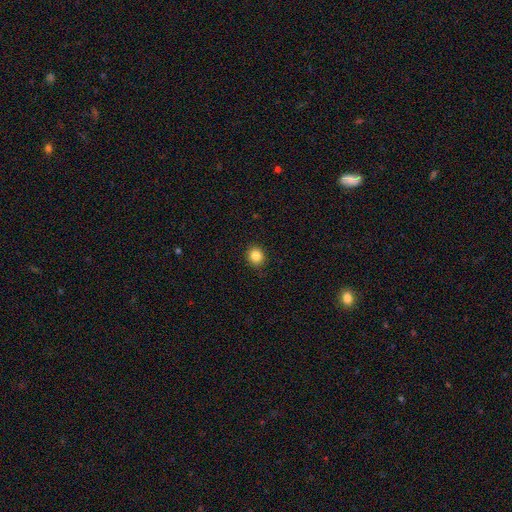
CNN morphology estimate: smooth_or_featured: smooth (p=0.85) [alt: star or artifact p=0.10]
how_rounded: round (p=0.82) [alt: in between p=0.17]
merging: none (p=0.90) [alt: minor disturbance p=0.07]